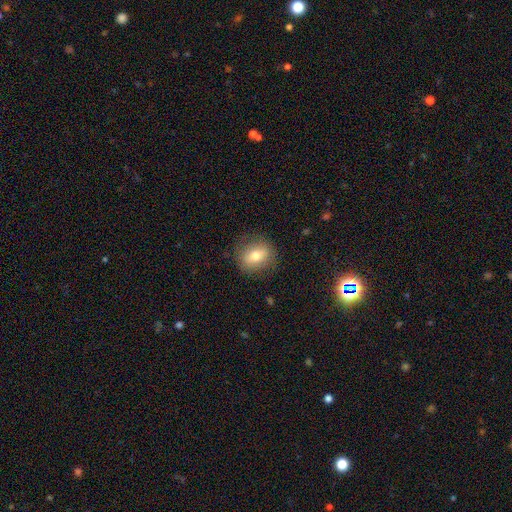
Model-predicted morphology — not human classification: smooth-or-featured: smooth: 70% | featured or disk: 21% | star or artifact: 9%
  how-rounded: round: 65% | in between: 34% | cigar-shaped: 2%
  merging: none: 82% | minor disturbance: 13% | major disturbance: 4% | merger: 1%